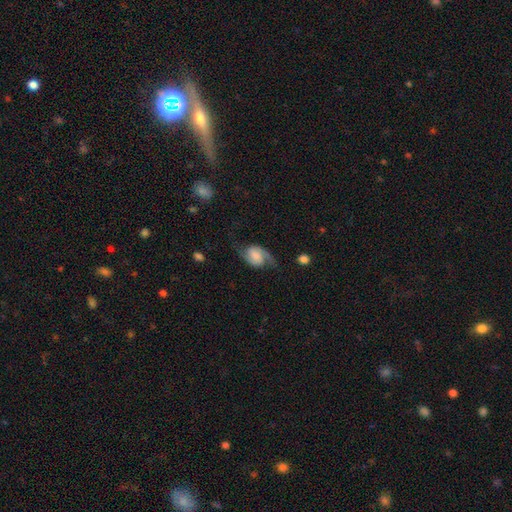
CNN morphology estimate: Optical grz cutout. It shows a featured or disk galaxy (74%) with no bar (50%), 2 (91%) loose (47%) spiral arms (95%) and a small central bulge (31%). Merging: none (64%).